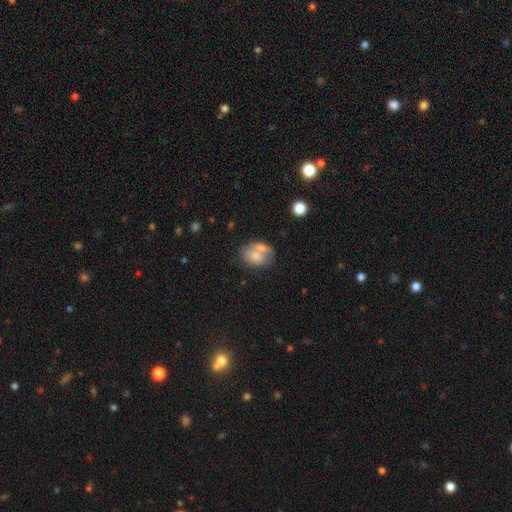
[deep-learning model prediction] smooth 68%, featured or disk 24%, star or artifact 8%. Down the decision tree: how rounded — in between (72%); merging — merger (45%).